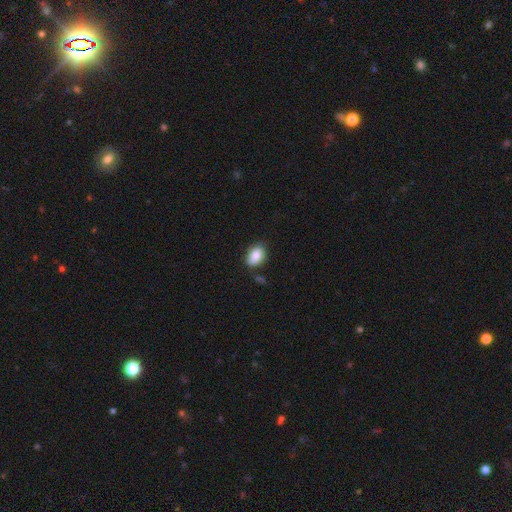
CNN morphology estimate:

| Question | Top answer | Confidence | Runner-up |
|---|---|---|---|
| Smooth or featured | smooth | 85% | star or artifact (7%) |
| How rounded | in between | 85% | round (14%) |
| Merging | none | 70% | minor disturbance (22%) |